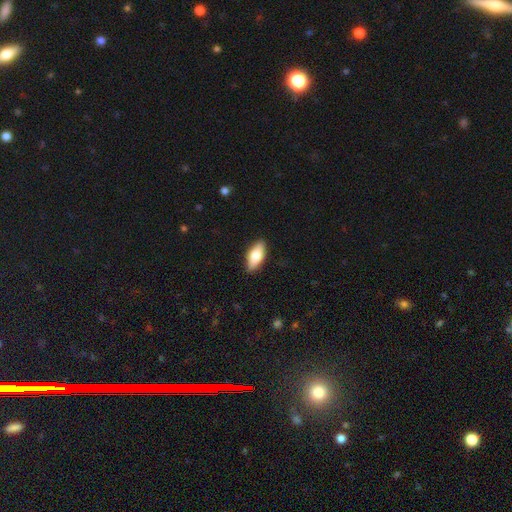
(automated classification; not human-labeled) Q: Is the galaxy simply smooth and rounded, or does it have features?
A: smooth — 72%.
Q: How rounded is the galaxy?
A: in between — 82%.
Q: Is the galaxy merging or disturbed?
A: none — 89%.